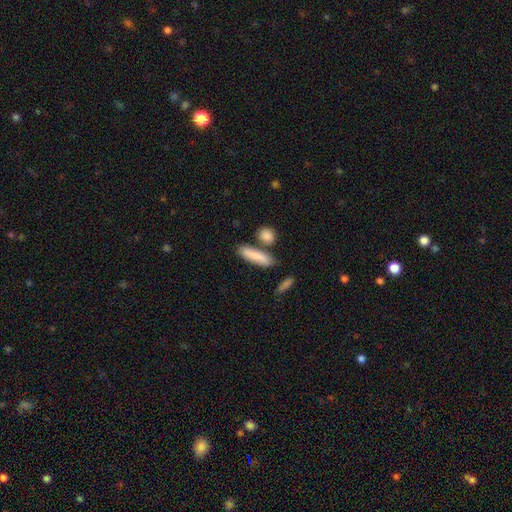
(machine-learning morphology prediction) smooth_or_featured: smooth (p=0.83) [alt: featured or disk p=0.11]
how_rounded: cigar-shaped (p=0.60) [alt: in between p=0.35]
merging: none (p=0.70) [alt: merger p=0.13]